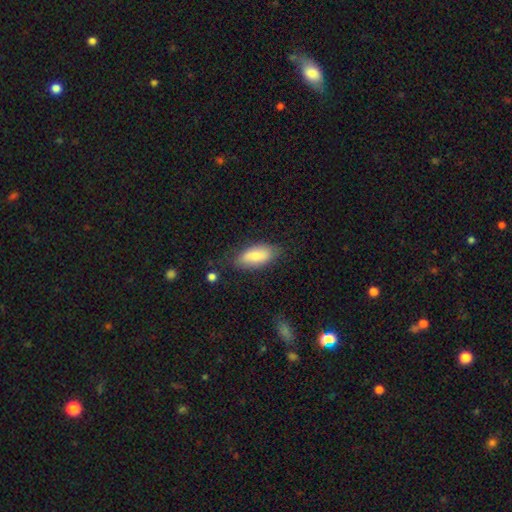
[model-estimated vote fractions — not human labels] Overall: smooth (82%). How rounded: in between (85%). Merging: none (75%).